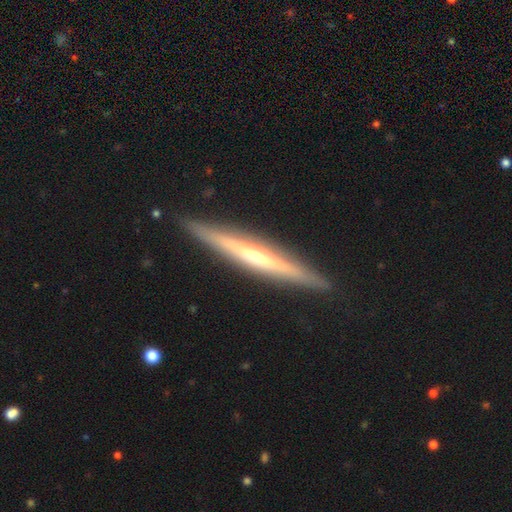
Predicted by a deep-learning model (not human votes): Smooth or featured: featured or disk — 74% (smooth — 20%)
Edge-on disk: yes — 96% (no — 4%)
Edge-on bulge: rounded — 65% (none — 29%)
Merging: none — 91% (minor disturbance — 7%)